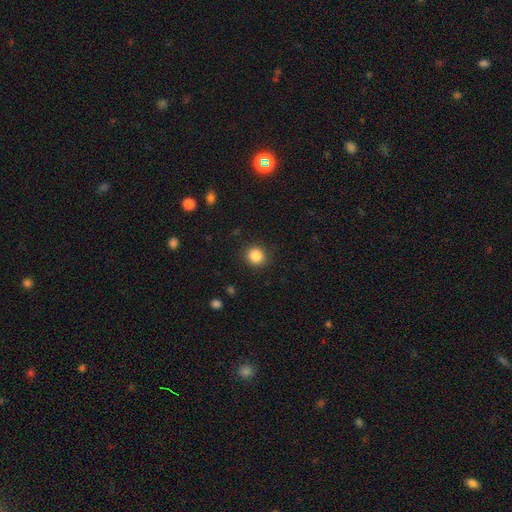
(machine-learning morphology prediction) The model was most divided on "smooth or featured": smooth: 86%, star or artifact: 10%, featured or disk: 4%. More confident: how rounded — round (92%); merging — none (90%).